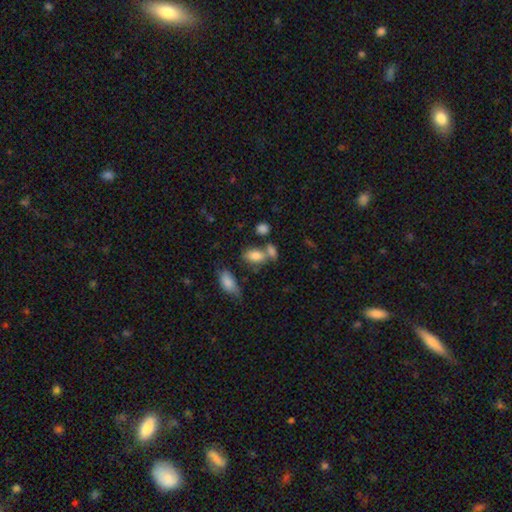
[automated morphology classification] type=smooth (79%); roundness=in between (86%); merging=none (49%).